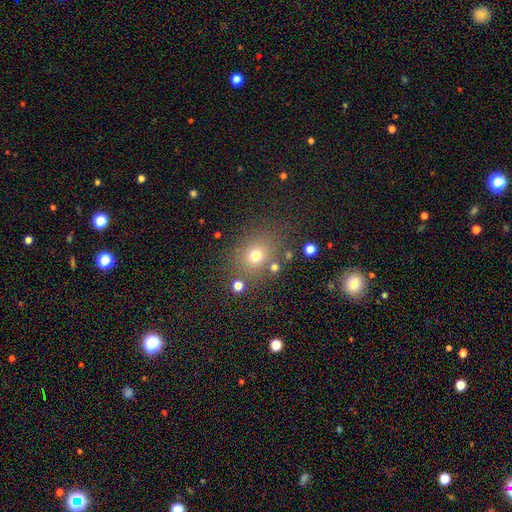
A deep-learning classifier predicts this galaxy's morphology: type=smooth (70%); roundness=round (66%); merging=none (77%).